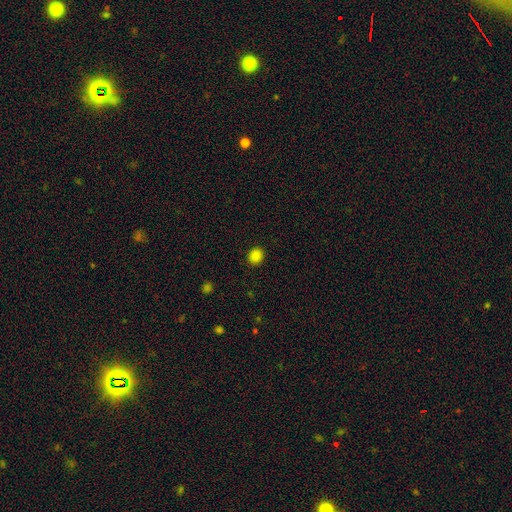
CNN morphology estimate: Smooth or featured?
  - smooth: 85% *
  - star or artifact: 12%
  - featured or disk: 4%
How rounded?
  - round: 71% *
  - in between: 28%
  - cigar-shaped: 1%
Merging?
  - none: 91% *
  - minor disturbance: 6%
  - major disturbance: 2%
  - merger: 1%